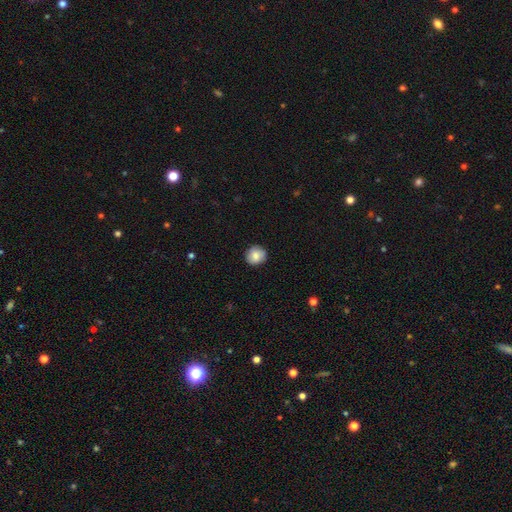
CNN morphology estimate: Smooth or featured? Predicted: smooth (p=0.83). How rounded? Predicted: round (p=0.88). Merging? Predicted: none (p=0.89).